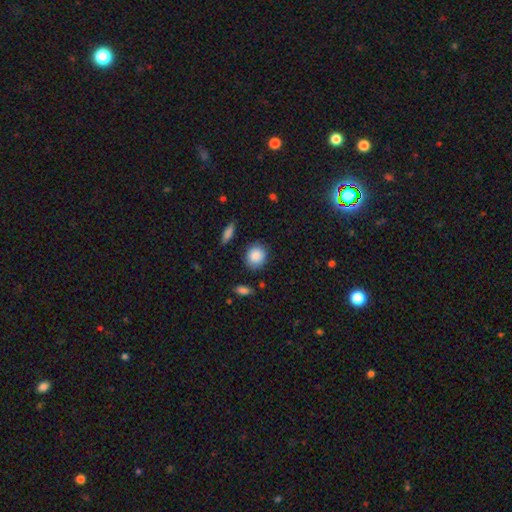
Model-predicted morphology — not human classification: type=smooth (88%); roundness=round (73%); merging=none (83%).